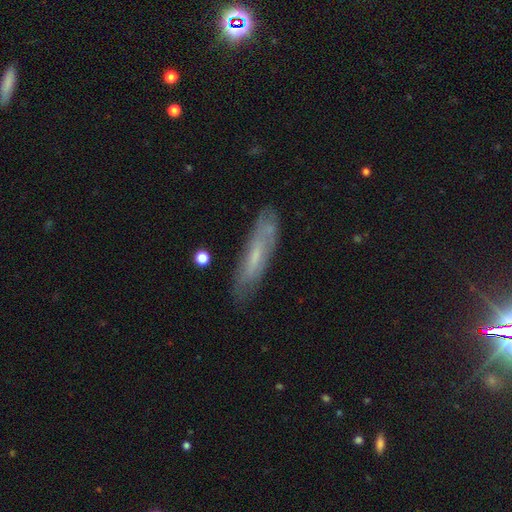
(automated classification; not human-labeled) Smooth or featured? smooth (47%)
Merging? none (75%)